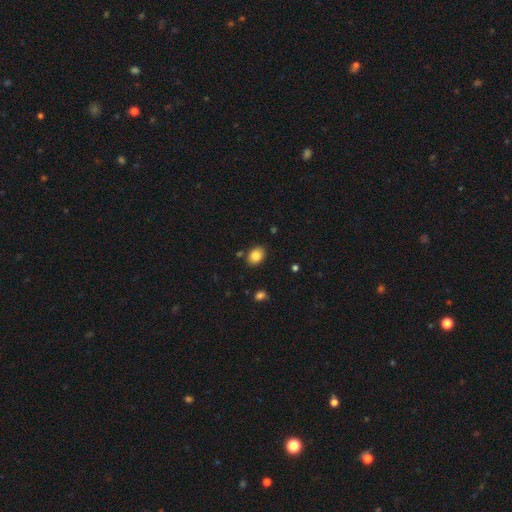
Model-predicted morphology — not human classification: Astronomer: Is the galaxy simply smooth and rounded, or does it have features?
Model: smooth — 86%.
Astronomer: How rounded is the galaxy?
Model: in between — 65%.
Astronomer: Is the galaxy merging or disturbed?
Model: none — 84%.